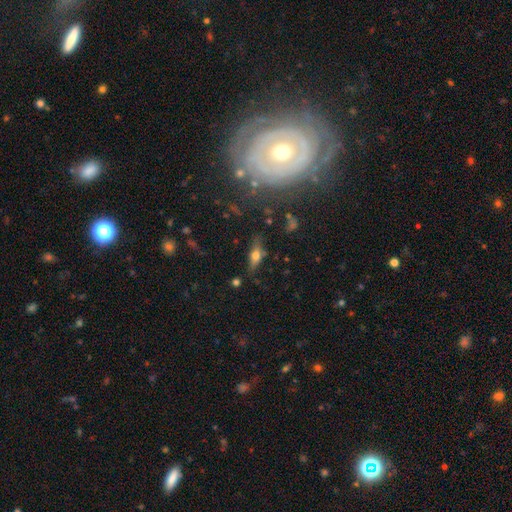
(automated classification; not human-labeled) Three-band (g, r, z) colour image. It shows a smooth galaxy with no disk features (50%) that is in between round and cigar-shaped (56%). Merging: none (73%).